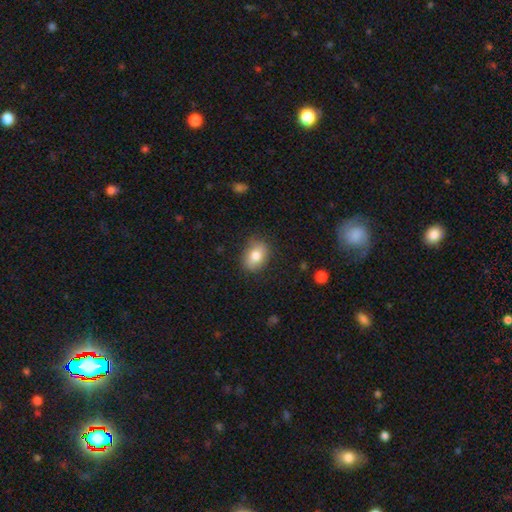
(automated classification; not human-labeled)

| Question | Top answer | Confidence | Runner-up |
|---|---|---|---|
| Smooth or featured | smooth | 81% | featured or disk (11%) |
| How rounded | in between | 72% | round (27%) |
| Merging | none | 80% | minor disturbance (16%) |